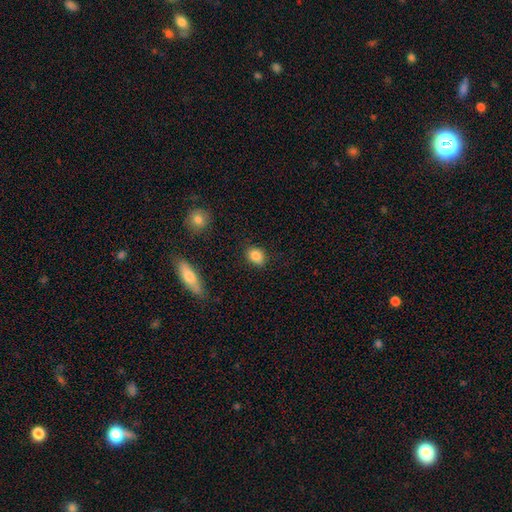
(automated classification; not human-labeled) A smooth galaxy with no disk features (84%) that is in between round and cigar-shaped (61%). Merging: none (82%).